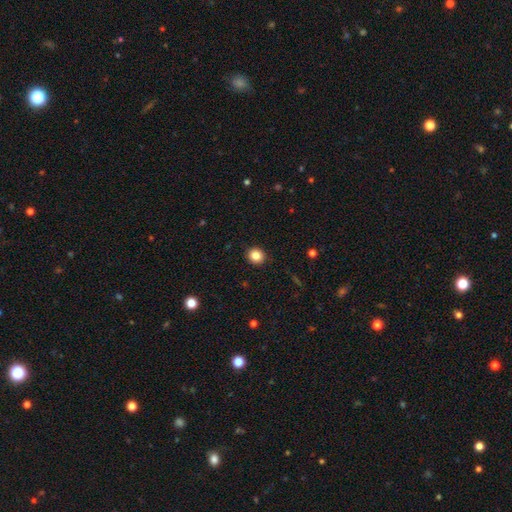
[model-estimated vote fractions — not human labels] smooth_or_featured: smooth (p=0.85) [alt: star or artifact p=0.10]
how_rounded: round (p=0.83) [alt: in between p=0.17]
merging: none (p=0.92) [alt: minor disturbance p=0.05]